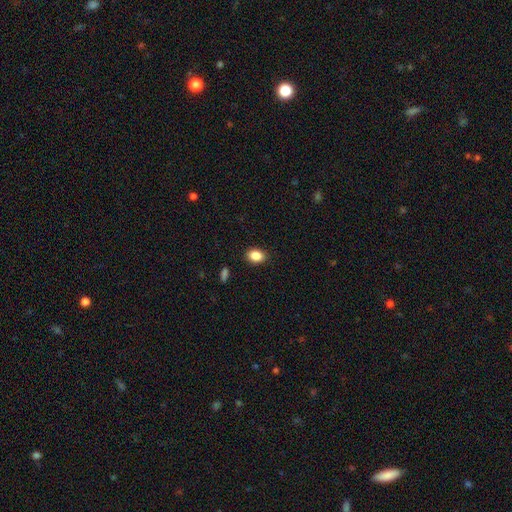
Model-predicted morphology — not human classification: Smooth or featured?
  - smooth: 87% *
  - star or artifact: 9%
  - featured or disk: 5%
How rounded?
  - in between: 77% *
  - round: 22%
  - cigar-shaped: 1%
Merging?
  - none: 89% *
  - minor disturbance: 8%
  - major disturbance: 2%
  - merger: 1%